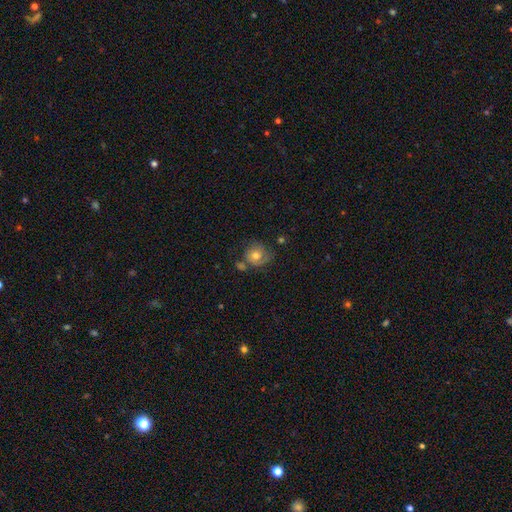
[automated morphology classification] Smooth or featured: smooth — 63% (featured or disk — 27%)
How rounded: round — 81% (in between — 18%)
Merging: none — 54% (minor disturbance — 23%)